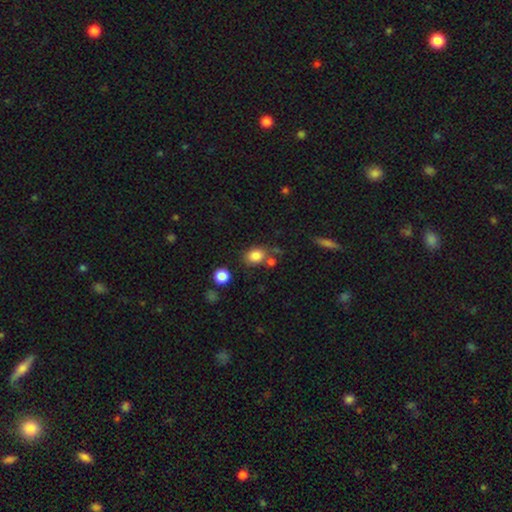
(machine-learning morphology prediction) Q: Smooth or featured?
A: smooth (83%); runner-up: star or artifact (10%)
Q: How rounded?
A: in between (57%); runner-up: round (42%)
Q: Merging?
A: none (64%); runner-up: minor disturbance (16%)